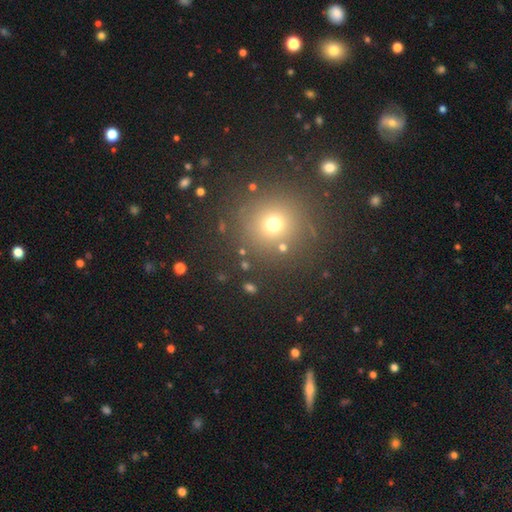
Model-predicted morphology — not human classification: Smooth or featured? Predicted: smooth (p=0.50). How rounded? Predicted: round (p=0.92). Merging? Predicted: none (p=0.87).